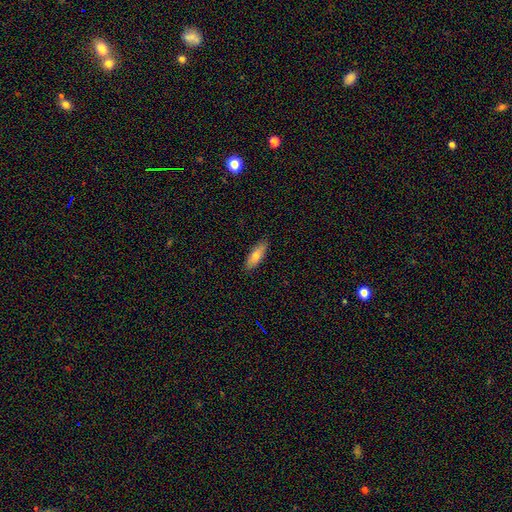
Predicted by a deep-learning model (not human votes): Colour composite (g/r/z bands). It shows a smooth galaxy with no disk features (74%) that is in between round and cigar-shaped (64%). Merging: none (87%).